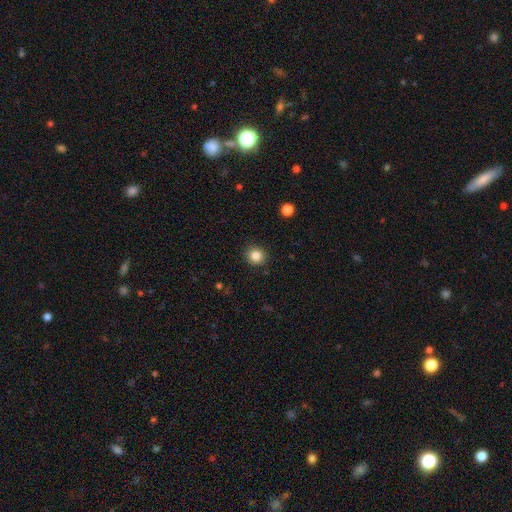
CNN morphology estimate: A smooth galaxy with no disk features (84%) that is round (91%).

Vote fractions:
- Smooth or featured? smooth: 84% / star or artifact: 11% / featured or disk: 5%
- How rounded? round: 91% / in between: 9% / cigar-shaped: 1%
- Merging? none: 91% / minor disturbance: 6% / major disturbance: 2% / merger: 1%